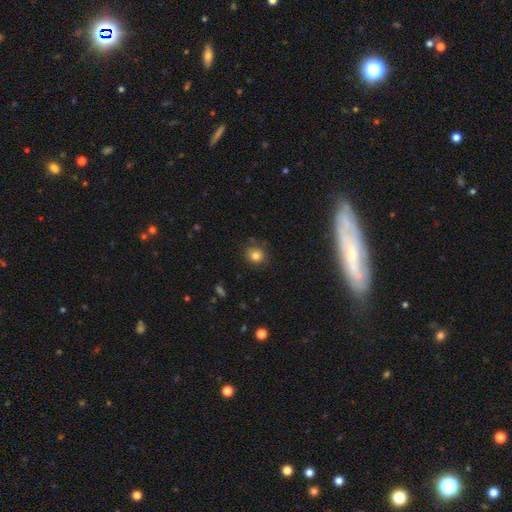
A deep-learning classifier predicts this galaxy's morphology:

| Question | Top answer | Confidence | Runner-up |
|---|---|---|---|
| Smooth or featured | smooth | 80% | star or artifact (12%) |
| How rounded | round | 78% | in between (21%) |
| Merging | none | 81% | minor disturbance (14%) |